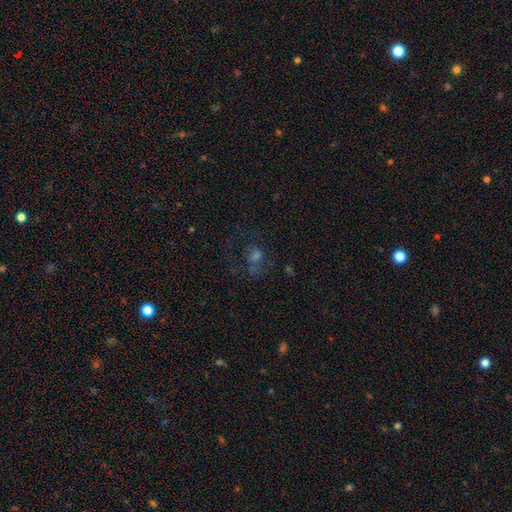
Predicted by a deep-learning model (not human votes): smooth-or-featured: smooth: 36% | featured or disk: 33% | star or artifact: 31%
  merging: none: 50% | major disturbance: 25% | minor disturbance: 16% | merger: 10%